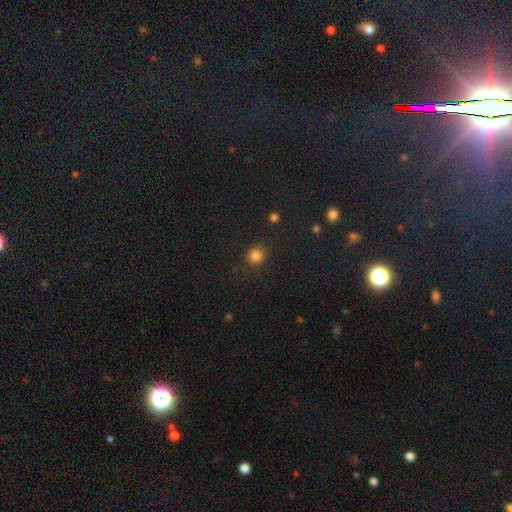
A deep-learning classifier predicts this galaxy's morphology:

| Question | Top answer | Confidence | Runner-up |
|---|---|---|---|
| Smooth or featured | smooth | 84% | star or artifact (13%) |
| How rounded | round | 92% | in between (7%) |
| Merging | none | 89% | minor disturbance (7%) |